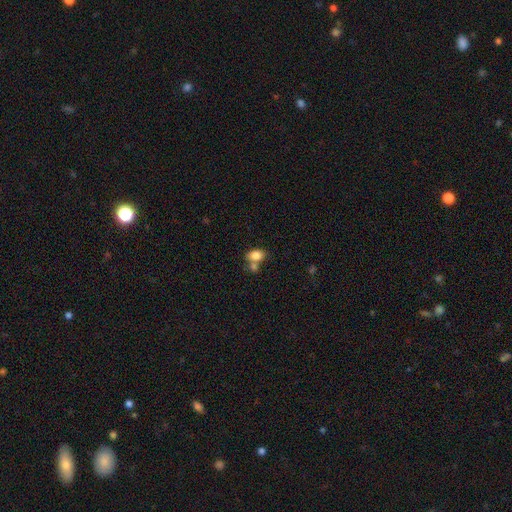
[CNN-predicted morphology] The model was most divided on "merging": none: 46%, merger: 37%, minor disturbance: 13%, major disturbance: 5%. More confident: smooth or featured — smooth (82%); how rounded — in between (77%).